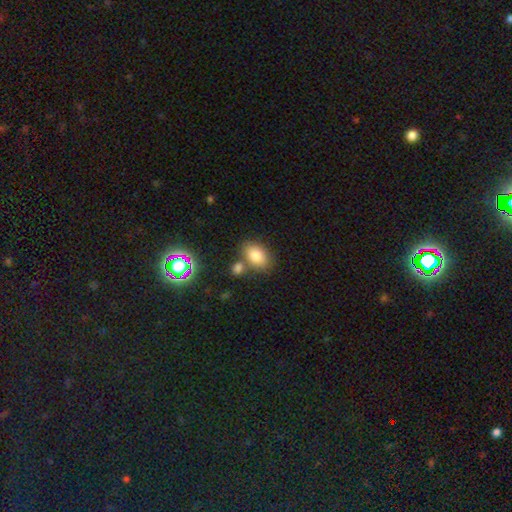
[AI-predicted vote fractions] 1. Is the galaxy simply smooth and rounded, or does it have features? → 81% smooth, 10% star or artifact, 9% featured or disk.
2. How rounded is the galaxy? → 85% in between, 14% round, 1% cigar-shaped.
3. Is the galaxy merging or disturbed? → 62% none, 20% merger, 13% minor disturbance, 4% major disturbance.